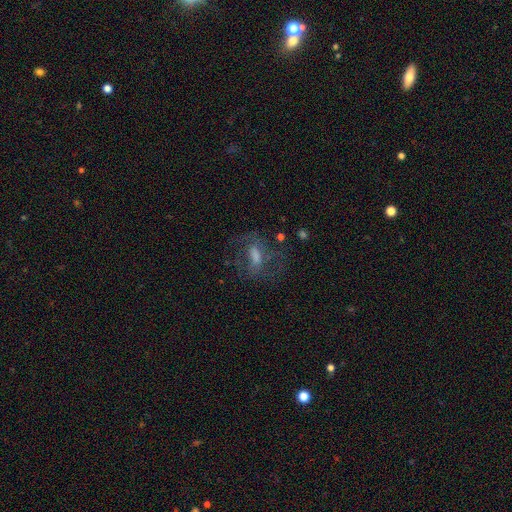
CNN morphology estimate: Smooth or featured? Predicted: featured or disk (p=0.49). Merging? Predicted: none (p=0.55).